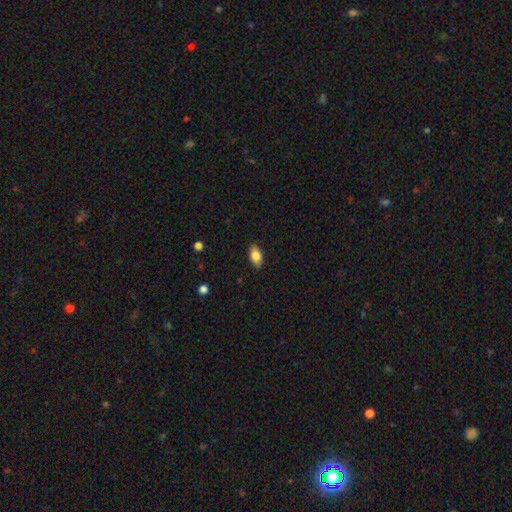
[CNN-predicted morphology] A smooth galaxy with no disk features (82%) that is in between round and cigar-shaped (91%). Merging: none (88%).